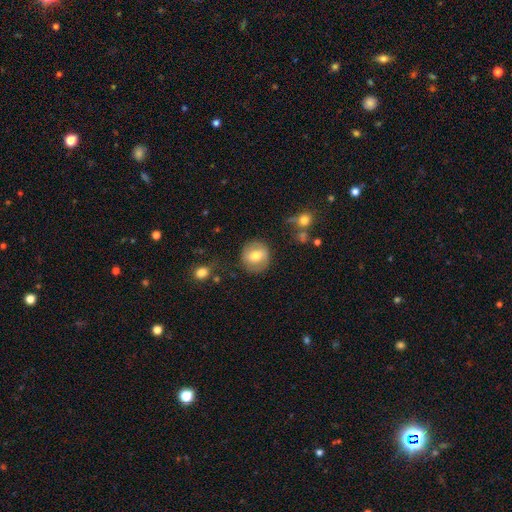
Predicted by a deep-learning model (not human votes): Smooth or featured: smooth — 64% (featured or disk — 28%)
How rounded: round — 87% (in between — 11%)
Merging: none — 80% (minor disturbance — 13%)